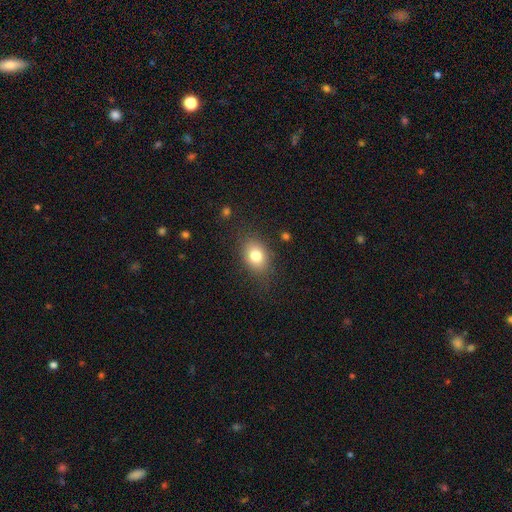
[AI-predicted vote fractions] The model was most divided on "how rounded": in between: 70%, round: 29%, cigar-shaped: 1%. More confident: merging — none (81%); smooth or featured — smooth (79%).